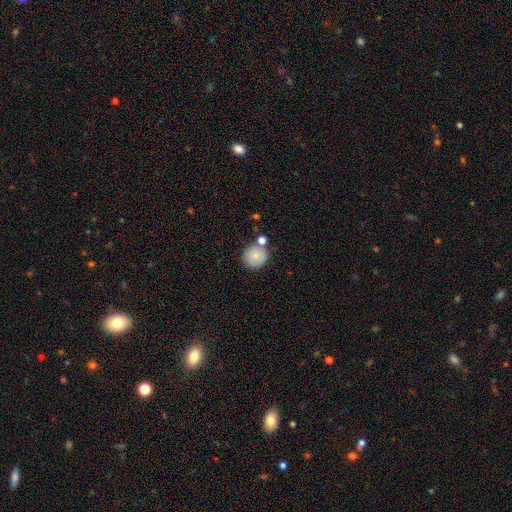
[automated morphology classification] A smooth galaxy with no disk features (81%) that is round (91%). Merging: none (66%).